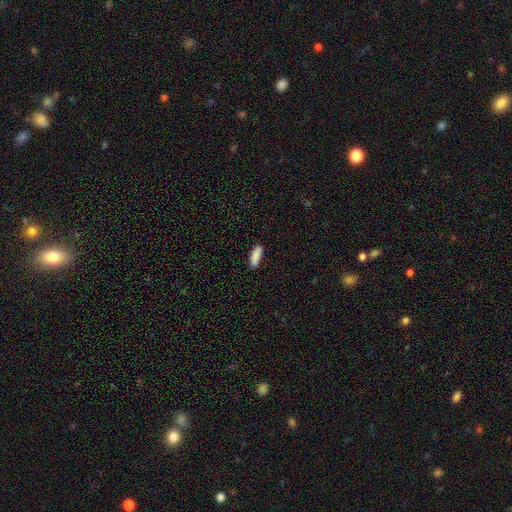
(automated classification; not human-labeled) Q: Smooth or featured?
A: smooth (89%); runner-up: star or artifact (7%)
Q: How rounded?
A: cigar-shaped (49%); tied with: in between (49%)
Q: Merging?
A: none (88%); runner-up: minor disturbance (9%)